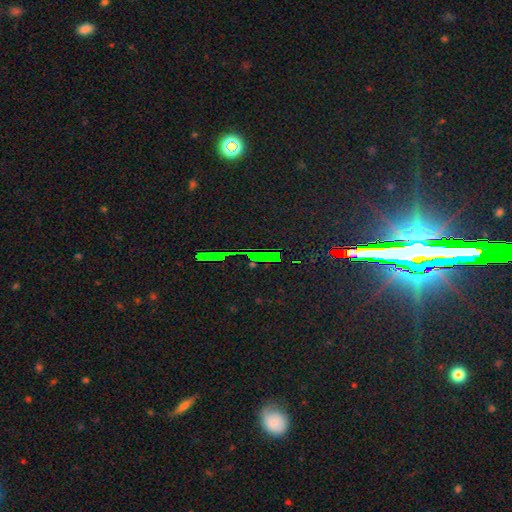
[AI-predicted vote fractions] Smooth or featured? Predicted: star or artifact (p=0.78).